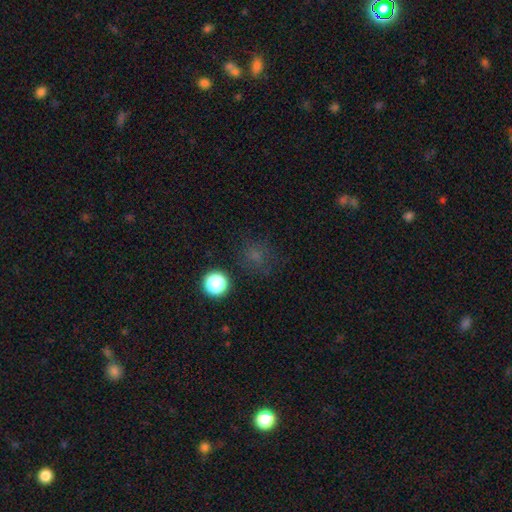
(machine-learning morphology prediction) The model was most divided on "smooth or featured": smooth: 62%, star or artifact: 29%, featured or disk: 9%. More confident: how rounded — round (80%); merging — none (73%).